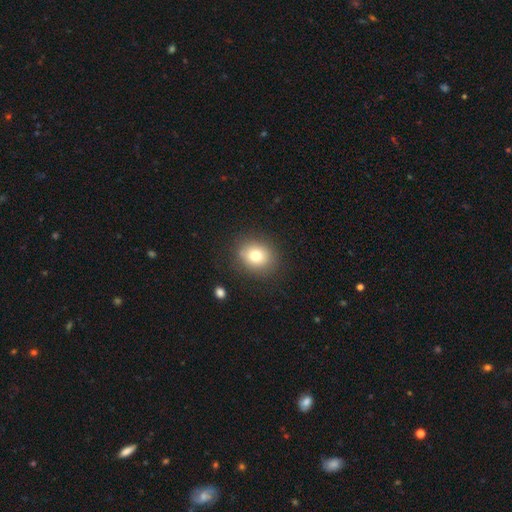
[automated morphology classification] Q: Smooth or featured?
A: smooth (77%); runner-up: star or artifact (12%)
Q: How rounded?
A: round (72%); runner-up: in between (27%)
Q: Merging?
A: none (84%); runner-up: minor disturbance (10%)